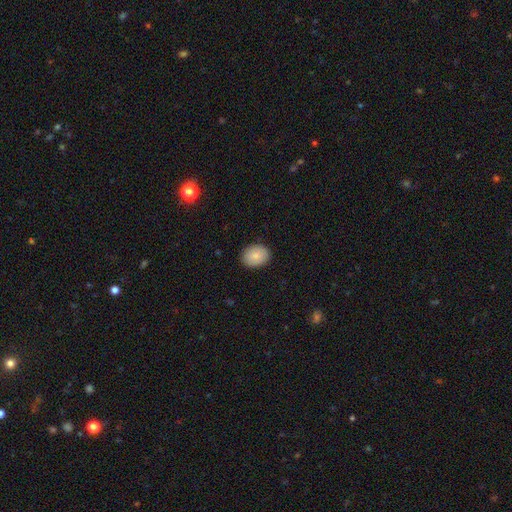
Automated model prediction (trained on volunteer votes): This is clearly a smooth galaxy (85%). How rounded: possibly in between (58%). Merging: clearly none (89%).